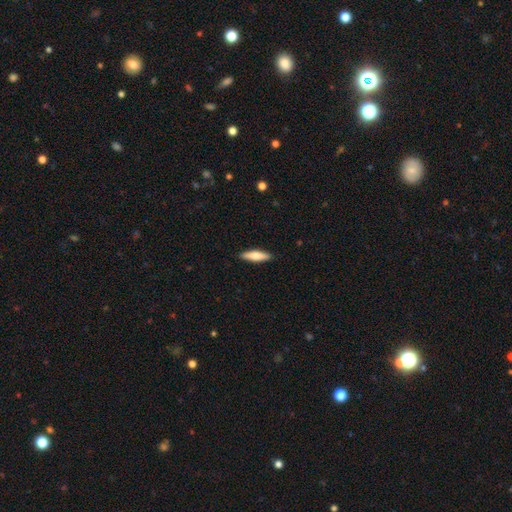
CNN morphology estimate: Smooth or featured?
  - smooth: 69% *
  - featured or disk: 25%
  - star or artifact: 5%
How rounded?
  - cigar-shaped: 68% *
  - in between: 30%
  - round: 2%
Merging?
  - none: 90% *
  - minor disturbance: 7%
  - major disturbance: 2%
  - merger: 1%